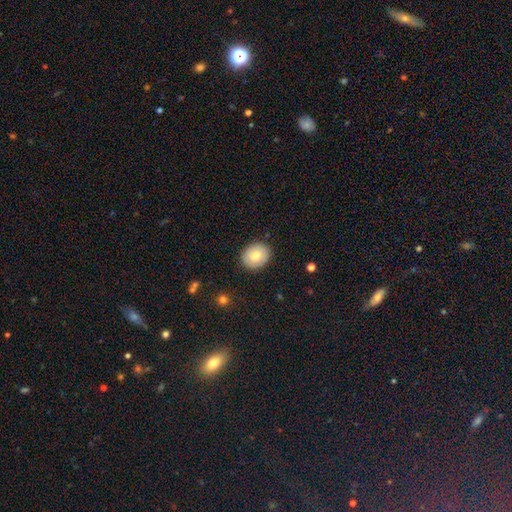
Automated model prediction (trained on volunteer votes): Smooth or featured: smooth — 78% (featured or disk — 15%)
How rounded: round — 56% (in between — 43%)
Merging: none — 89% (minor disturbance — 8%)